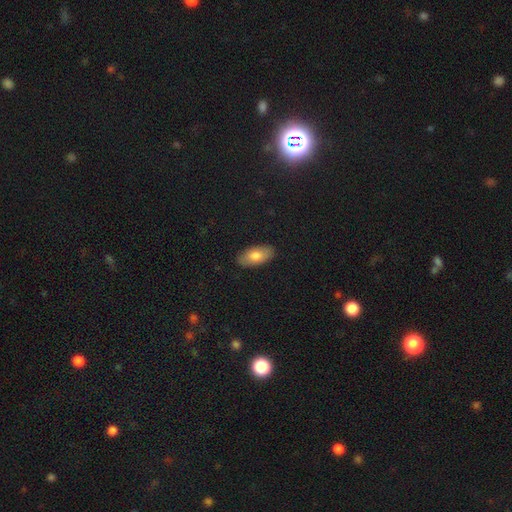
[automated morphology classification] This appears to be a smooth galaxy with no disk features (79%) that is in between round and cigar-shaped (92%). Merging: none (88%).